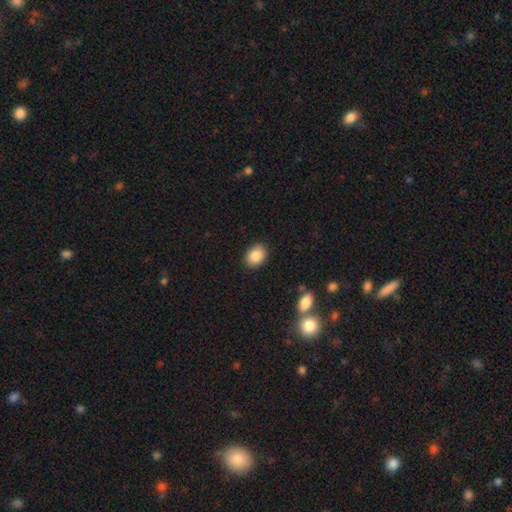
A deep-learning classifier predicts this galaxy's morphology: smooth-or-featured: smooth: 86% | star or artifact: 8% | featured or disk: 6%
  how-rounded: in between: 74% | round: 25% | cigar-shaped: 1%
  merging: none: 87% | minor disturbance: 9% | major disturbance: 2% | merger: 2%